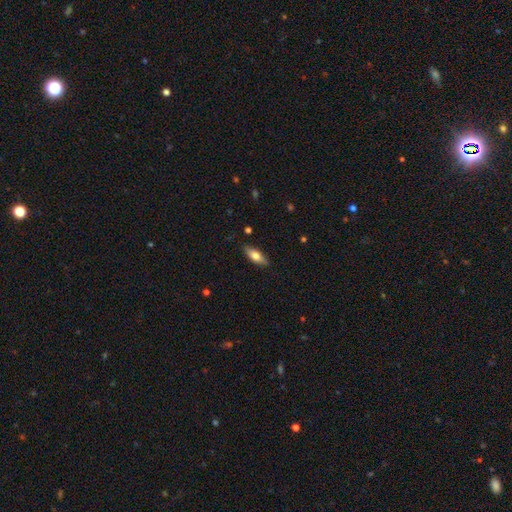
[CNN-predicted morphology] smooth_or_featured: smooth (p=0.68) [alt: featured or disk p=0.26]
how_rounded: in between (p=0.67) [alt: cigar-shaped p=0.31]
merging: none (p=0.86) [alt: minor disturbance p=0.10]